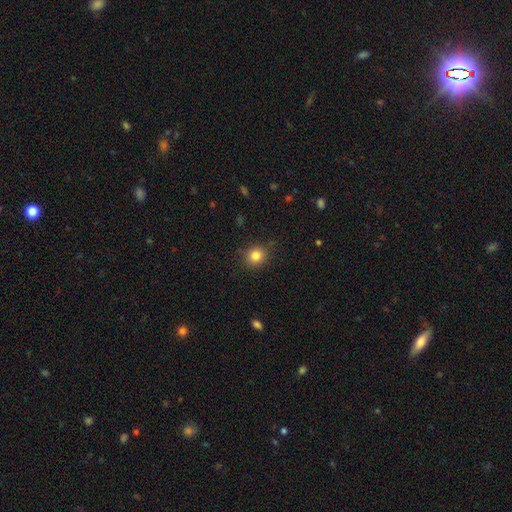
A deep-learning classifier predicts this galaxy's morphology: Smooth or featured? Predicted: smooth (p=0.83). How rounded? Predicted: round (p=0.83). Merging? Predicted: none (p=0.85).